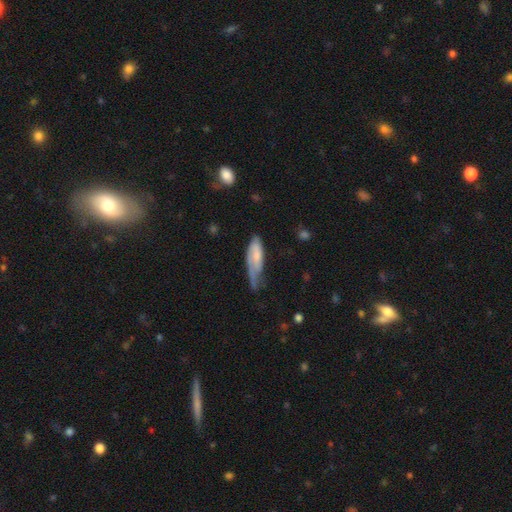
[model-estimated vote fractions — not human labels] This is likely a smooth galaxy (60%). How rounded: possibly in between (57%). Merging: marginally minor disturbance (39%).